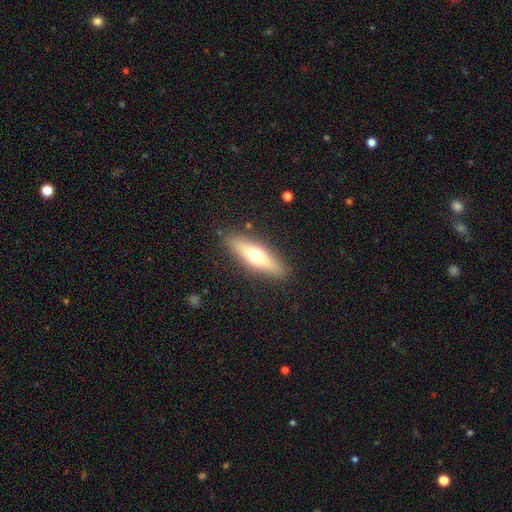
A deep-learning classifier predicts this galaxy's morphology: smooth_or_featured: smooth (p=0.49) [alt: featured or disk p=0.44]
merging: none (p=0.87) [alt: minor disturbance p=0.09]